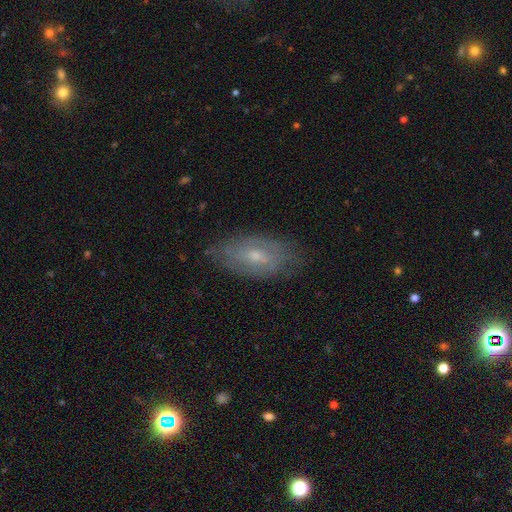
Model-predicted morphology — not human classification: Smooth or featured? featured or disk (52%)
Edge-on disk? no (86%)
Merging? none (75%)